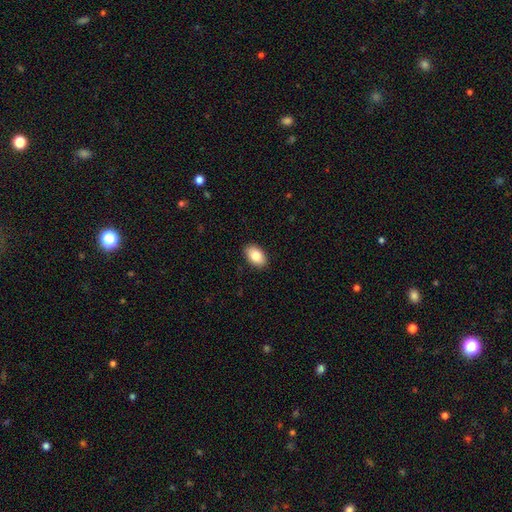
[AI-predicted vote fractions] smooth-or-featured: smooth: 85% | featured or disk: 8% | star or artifact: 7%
  how-rounded: in between: 92% | round: 7% | cigar-shaped: 1%
  merging: none: 89% | minor disturbance: 8% | major disturbance: 2% | merger: 1%